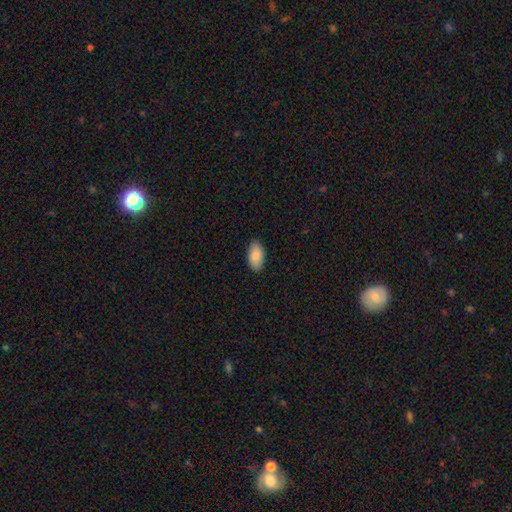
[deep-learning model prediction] Overall: smooth (87%). How rounded: in between (95%). Merging: none (89%).